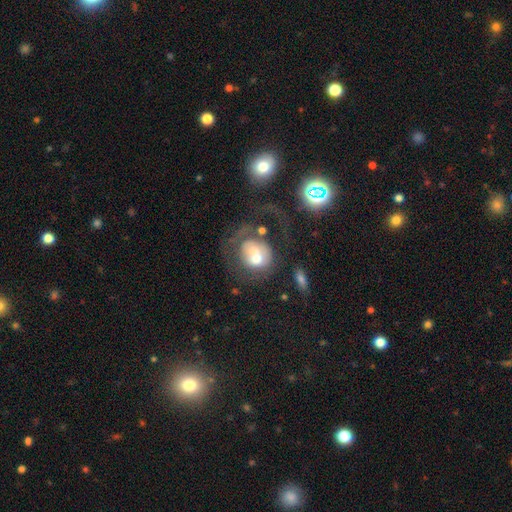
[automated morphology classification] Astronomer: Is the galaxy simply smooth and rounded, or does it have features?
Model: featured or disk — 49% (runner-up: smooth, 42%).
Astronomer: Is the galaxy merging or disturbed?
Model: merger — 41% (runner-up: major disturbance, 27%).